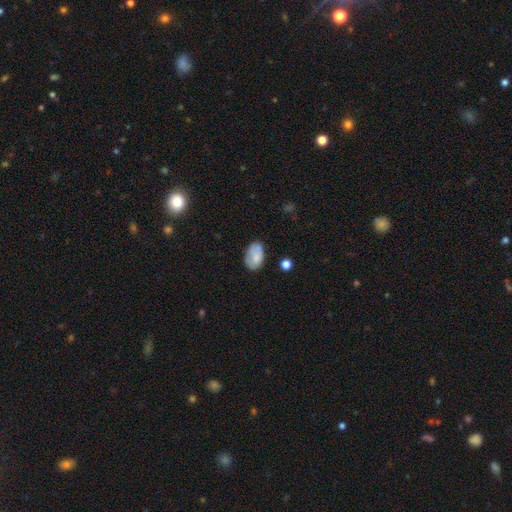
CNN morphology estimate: A smooth galaxy with no disk features (76%) that is in between round and cigar-shaped (89%). Merging: none (64%).